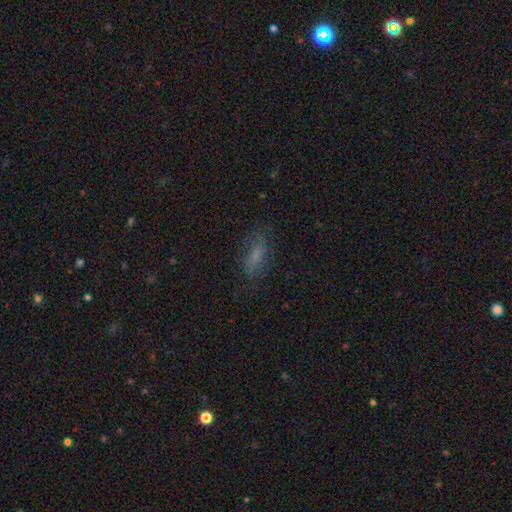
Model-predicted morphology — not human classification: A smooth galaxy with no disk features (62%) that is in between round and cigar-shaped (56%).

Vote fractions:
- Smooth or featured? smooth: 62% / featured or disk: 22% / star or artifact: 16%
- How rounded? in between: 56% / cigar-shaped: 40% / round: 4%
- Merging? none: 71% / minor disturbance: 19% / major disturbance: 9% / merger: 2%